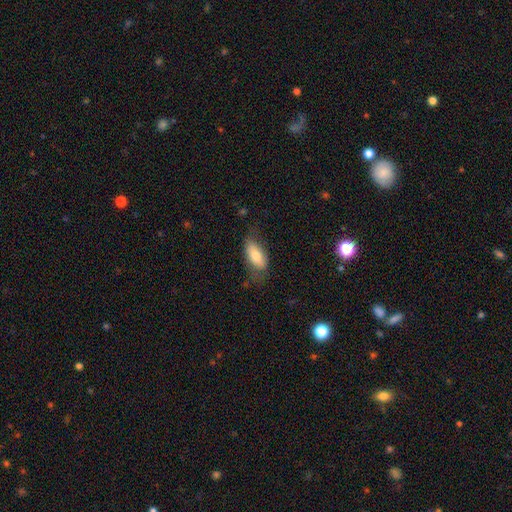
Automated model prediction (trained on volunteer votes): Overall: smooth (72%). How rounded: in between (87%). Merging: none (62%; minor disturbance 26%).